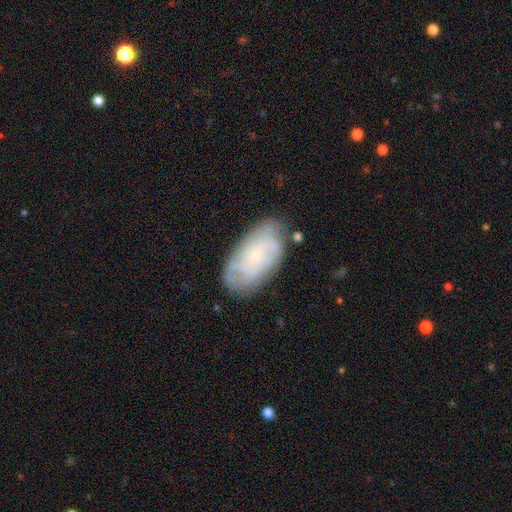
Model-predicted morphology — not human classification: smooth-or-featured: featured or disk: 54% | smooth: 38% | star or artifact: 8%
  disk-edge-on: no: 94% | yes: 6%
    bar: no: 75% | weak: 21% | strong: 3%
    has-spiral-arms: yes: 77% | no: 23%
    bulge-size: small: 70% | moderate: 18% | none: 10% | large: 2% | dominant: 1%
  merging: none: 71% | minor disturbance: 20% | major disturbance: 6% | merger: 3%